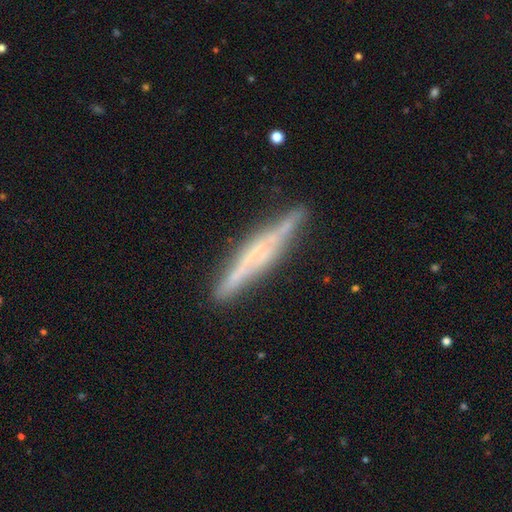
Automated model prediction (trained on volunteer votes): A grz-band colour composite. It shows a featured or disk galaxy (72%) viewed edge-on (95%) with no central bulge (50%). Merging: none (80%).